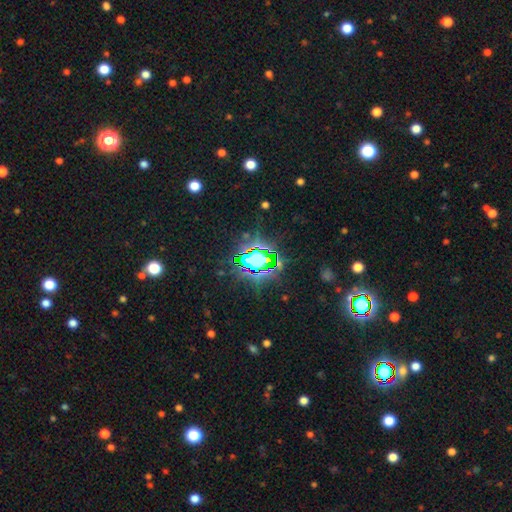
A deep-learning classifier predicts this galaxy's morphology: smooth_or_featured: star or artifact (p=0.82) [alt: smooth p=0.10]